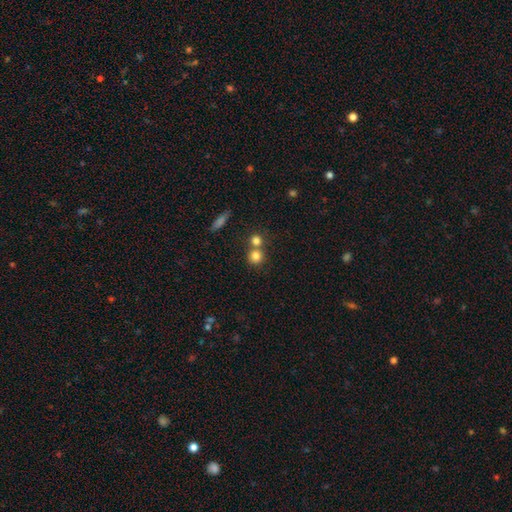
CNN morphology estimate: This is clearly a smooth galaxy (80%). How rounded: clearly round (89%). Merging: possibly none (53%).